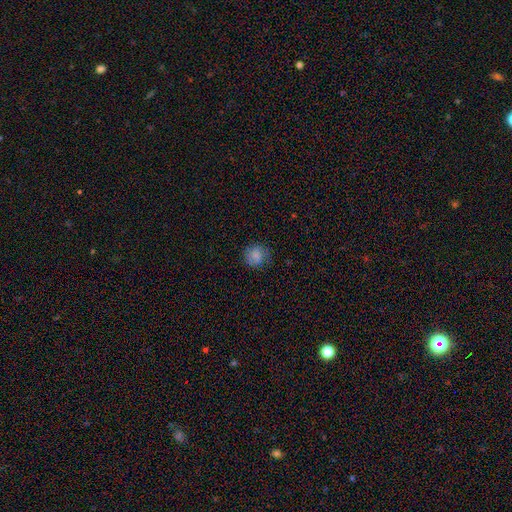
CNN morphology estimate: smooth-or-featured: smooth: 81% | star or artifact: 10% | featured or disk: 9%
  how-rounded: round: 87% | in between: 12% | cigar-shaped: 1%
  merging: none: 77% | minor disturbance: 17% | major disturbance: 5% | merger: 1%